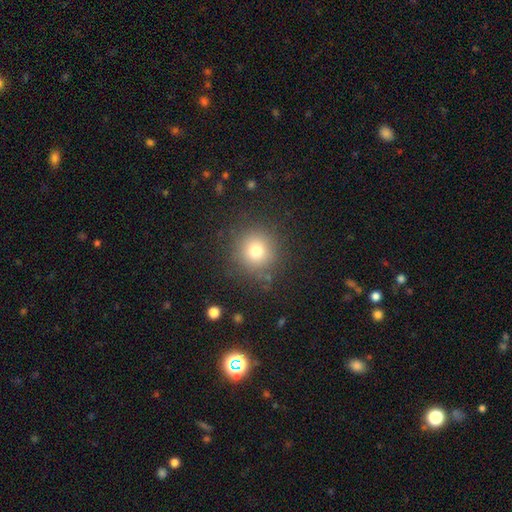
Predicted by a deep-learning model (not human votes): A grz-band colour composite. It shows a smooth galaxy with no disk features (64%) that is round (94%). Merging: none (88%).